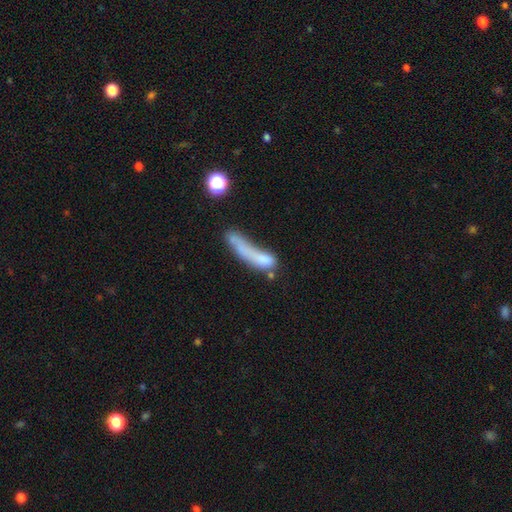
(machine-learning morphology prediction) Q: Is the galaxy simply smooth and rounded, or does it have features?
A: smooth — 58%.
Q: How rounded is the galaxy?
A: cigar-shaped — 76%.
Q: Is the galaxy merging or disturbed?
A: major disturbance — 30%.